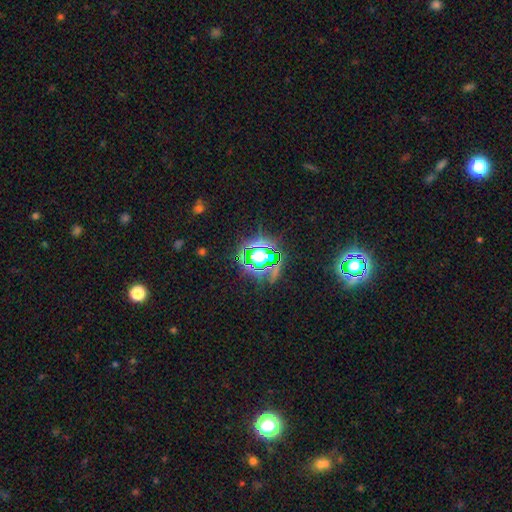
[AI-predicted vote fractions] smooth_or_featured: star or artifact (p=0.64) [alt: smooth p=0.23]